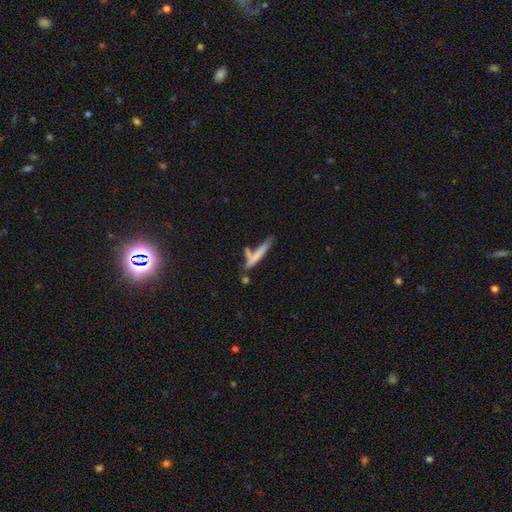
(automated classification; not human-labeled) Smooth or featured? smooth (63%)
How rounded? cigar-shaped (91%)
Merging? none (46%)